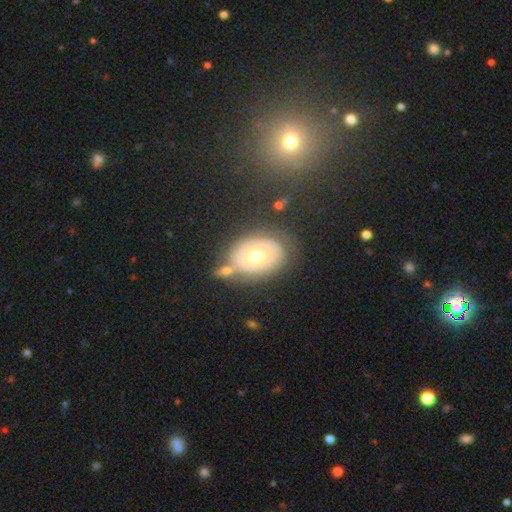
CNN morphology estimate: Smooth or featured? featured or disk (53%)
Edge-on disk? no (93%)
Merging? none (63%)